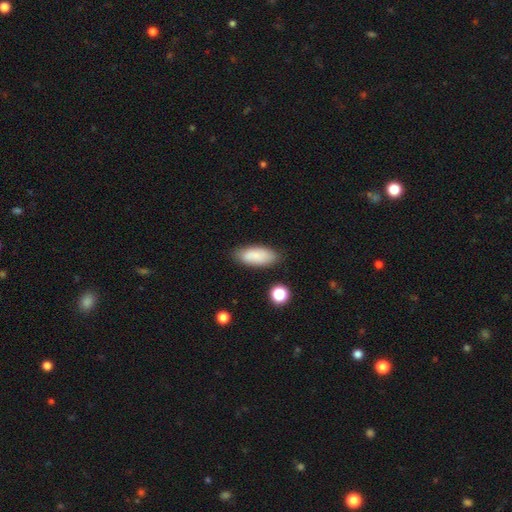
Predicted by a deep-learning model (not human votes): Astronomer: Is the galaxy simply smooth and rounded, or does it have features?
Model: smooth — 84%.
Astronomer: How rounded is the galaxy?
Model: in between — 81%.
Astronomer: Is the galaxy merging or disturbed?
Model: none — 81%.